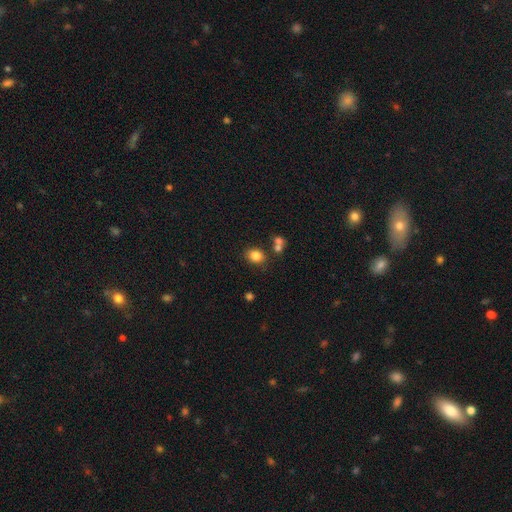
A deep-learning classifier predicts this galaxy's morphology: This appears to be a smooth galaxy with no disk features (84%) that is round (50%). Merging: none (74%).